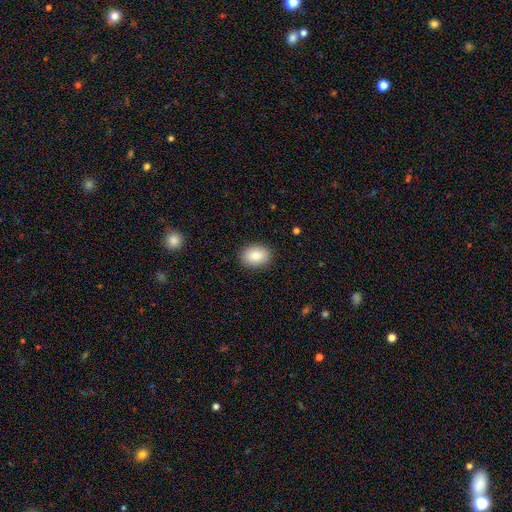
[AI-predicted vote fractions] smooth_or_featured: smooth (p=0.87) [alt: star or artifact p=0.07]
how_rounded: in between (p=0.78) [alt: round p=0.21]
merging: none (p=0.89) [alt: minor disturbance p=0.08]